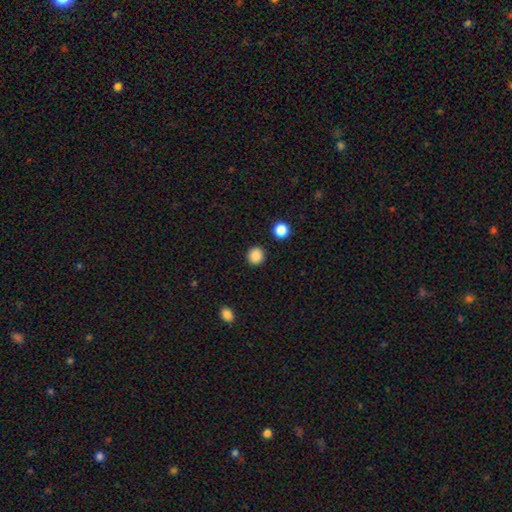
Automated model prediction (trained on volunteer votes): Overall: smooth (87%). How rounded: round (93%). Merging: none (92%).